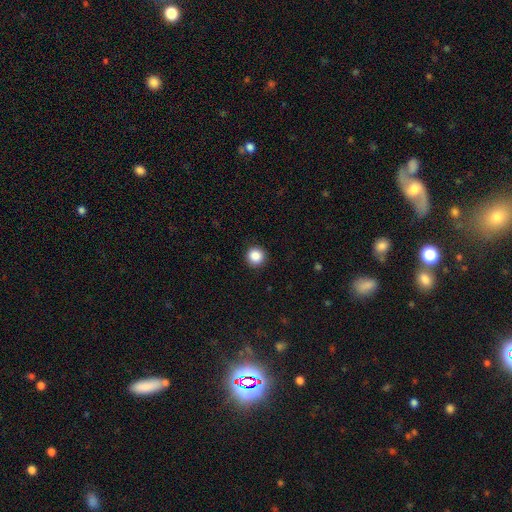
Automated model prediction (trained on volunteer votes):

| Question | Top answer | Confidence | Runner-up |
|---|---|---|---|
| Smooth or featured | smooth | 88% | star or artifact (9%) |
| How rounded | round | 95% | in between (4%) |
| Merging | none | 92% | minor disturbance (5%) |